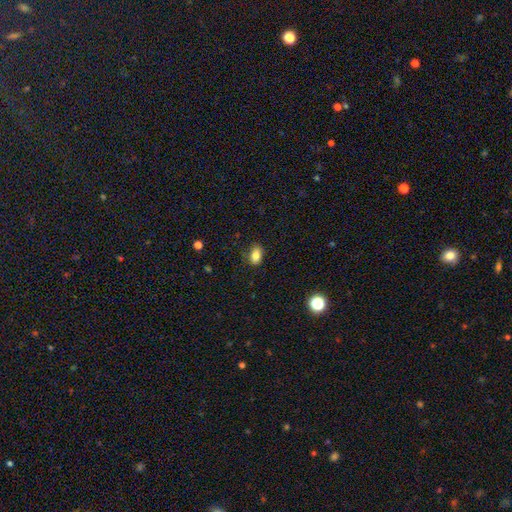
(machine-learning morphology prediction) Smooth or featured?
  - smooth: 83% *
  - star or artifact: 10%
  - featured or disk: 7%
How rounded?
  - in between: 83% *
  - round: 15%
  - cigar-shaped: 2%
Merging?
  - none: 78% *
  - minor disturbance: 17%
  - major disturbance: 4%
  - merger: 1%